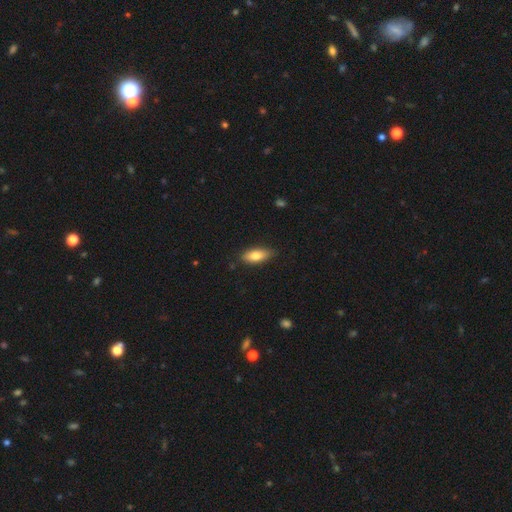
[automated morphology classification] A smooth galaxy with no disk features (77%) that is in between round and cigar-shaped (77%). Merging: none (81%).